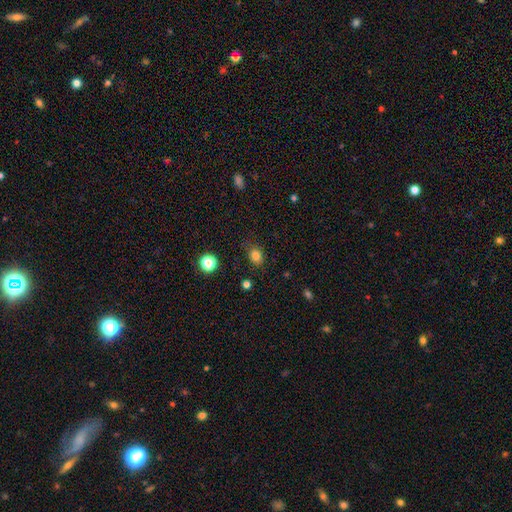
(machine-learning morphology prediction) Smooth or featured? smooth (81%)
How rounded? in between (53%)
Merging? none (78%)